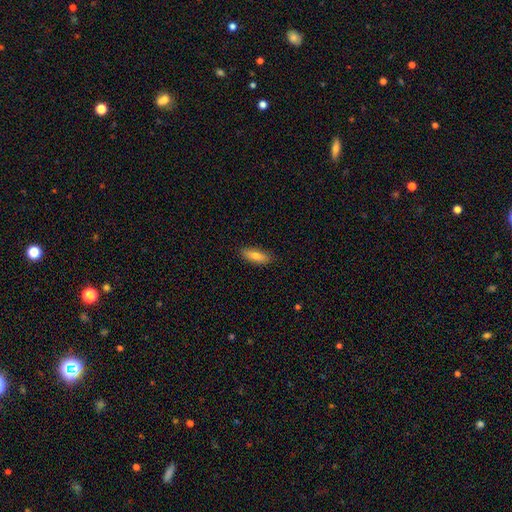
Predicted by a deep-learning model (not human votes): Smooth or featured: smooth — 78% (featured or disk — 15%)
How rounded: in between — 57% (cigar-shaped — 41%)
Merging: none — 87% (minor disturbance — 10%)